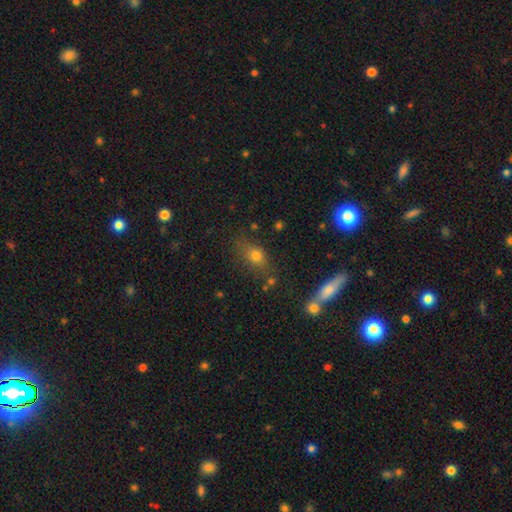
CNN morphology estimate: The model was most divided on "how rounded": in between: 64%, round: 29%, cigar-shaped: 7%. More confident: smooth or featured — smooth (71%); merging — none (70%).